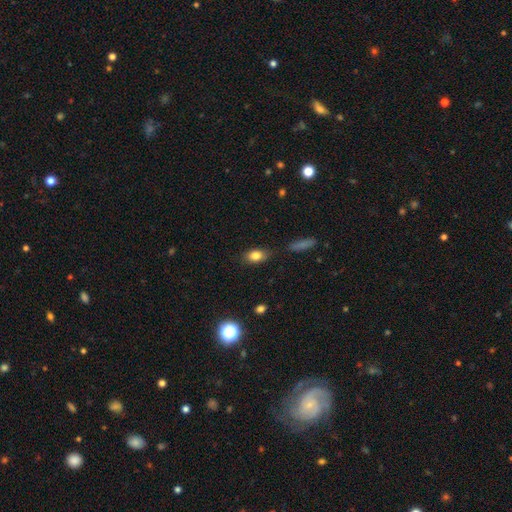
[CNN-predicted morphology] Q: Smooth or featured?
A: smooth (81%); runner-up: featured or disk (10%)
Q: How rounded?
A: in between (81%); runner-up: round (15%)
Q: Merging?
A: none (79%); runner-up: minor disturbance (15%)